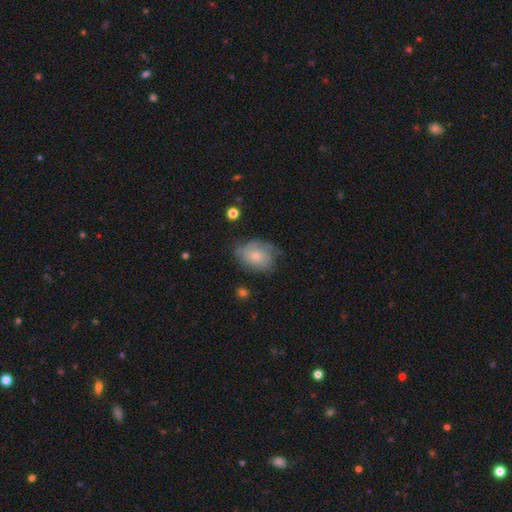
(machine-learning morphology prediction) This appears to be a featured or disk galaxy (53%) with no bar (83%), spiral arms (80%) and a small central bulge (62%). Merging: none (58%).